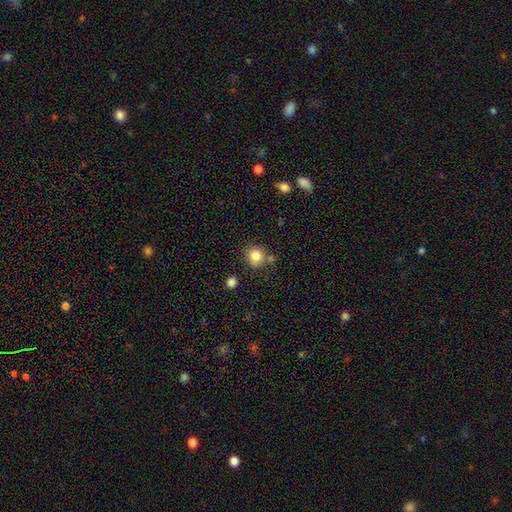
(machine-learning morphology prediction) smooth-or-featured: smooth: 84% | star or artifact: 10% | featured or disk: 6%
  how-rounded: round: 85% | in between: 14% | cigar-shaped: 1%
  merging: none: 73% | minor disturbance: 14% | merger: 10% | major disturbance: 4%